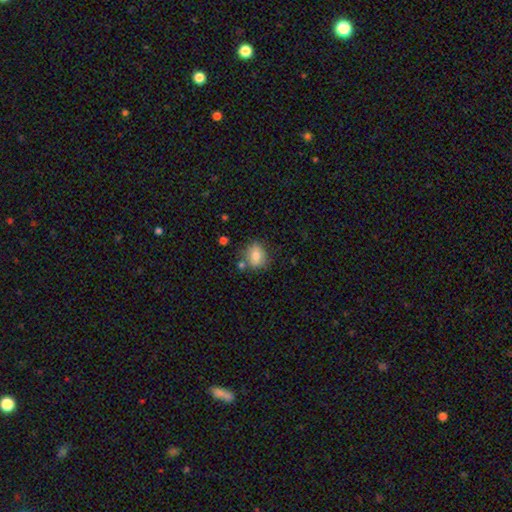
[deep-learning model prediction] Smooth or featured? smooth (75%)
How rounded? round (62%)
Merging? none (71%)